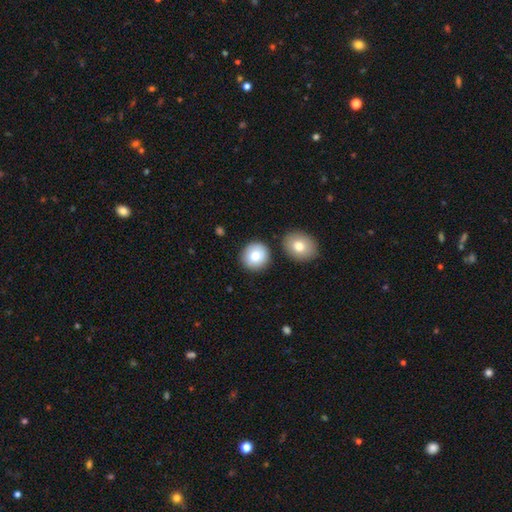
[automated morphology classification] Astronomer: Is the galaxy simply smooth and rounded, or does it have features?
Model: smooth — 82%.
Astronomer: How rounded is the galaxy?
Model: round — 89%.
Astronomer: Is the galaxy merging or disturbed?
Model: none — 81%.